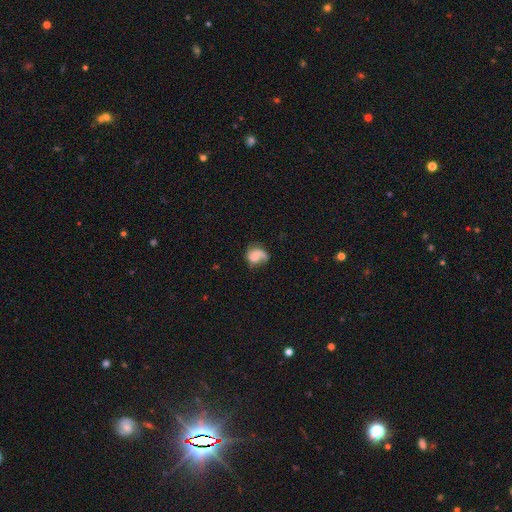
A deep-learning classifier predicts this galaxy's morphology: smooth_or_featured: smooth (p=0.46) [alt: featured or disk p=0.44]
merging: none (p=0.37) [alt: major disturbance p=0.32]